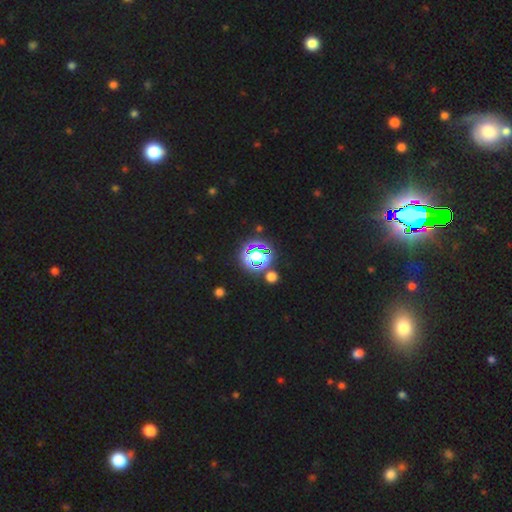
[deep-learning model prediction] A star or artifact, not a galaxy (67%).